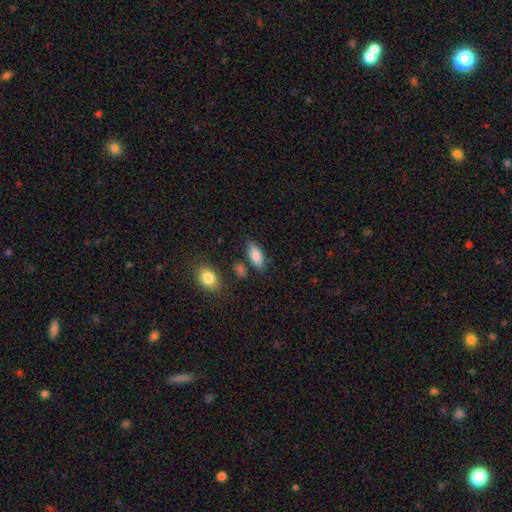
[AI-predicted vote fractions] smooth-or-featured: smooth: 83% | featured or disk: 10% | star or artifact: 7%
  how-rounded: in between: 81% | cigar-shaped: 16% | round: 3%
  merging: none: 74% | minor disturbance: 16% | merger: 6% | major disturbance: 4%